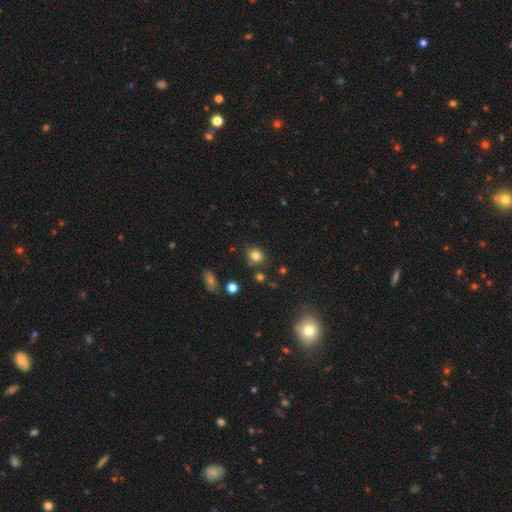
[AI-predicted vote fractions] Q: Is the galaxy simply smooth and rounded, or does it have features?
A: smooth — 80%.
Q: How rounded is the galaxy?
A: round — 73%.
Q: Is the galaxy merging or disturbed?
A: none — 80%.